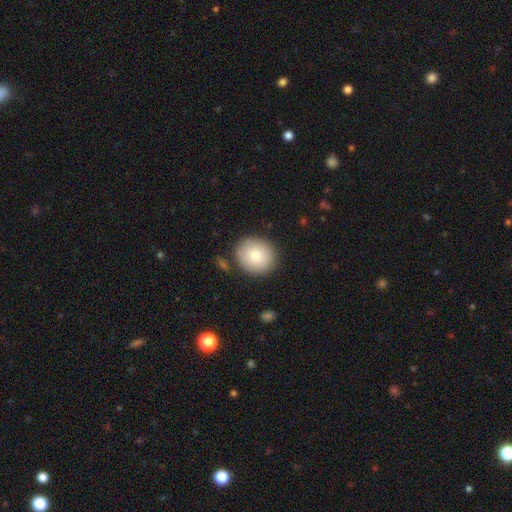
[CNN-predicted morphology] Smooth or featured?
  - smooth: 83% *
  - featured or disk: 10%
  - star or artifact: 7%
How rounded?
  - round: 81% *
  - in between: 18%
  - cigar-shaped: 1%
Merging?
  - none: 85% *
  - minor disturbance: 9%
  - merger: 4%
  - major disturbance: 3%